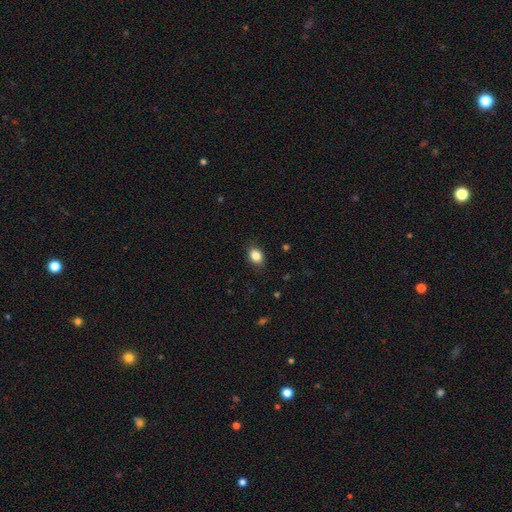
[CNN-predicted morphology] type=smooth (86%); roundness=in between (71%); merging=none (86%).